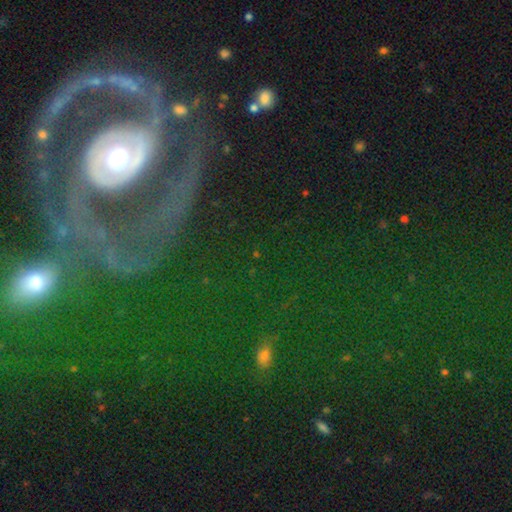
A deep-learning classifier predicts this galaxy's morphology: A featured or disk galaxy (53%).

Vote fractions:
- Smooth or featured? featured or disk: 53% / star or artifact: 28% / smooth: 19%
- Edge-on disk? no: 89% / yes: 11%
- Merging? none: 61% / minor disturbance: 16% / major disturbance: 15% / merger: 9%